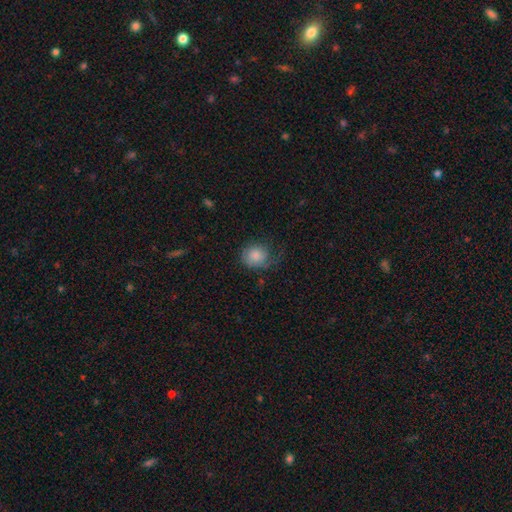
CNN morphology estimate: A smooth galaxy with no disk features (74%) that is round (70%). Merging: none (45%).